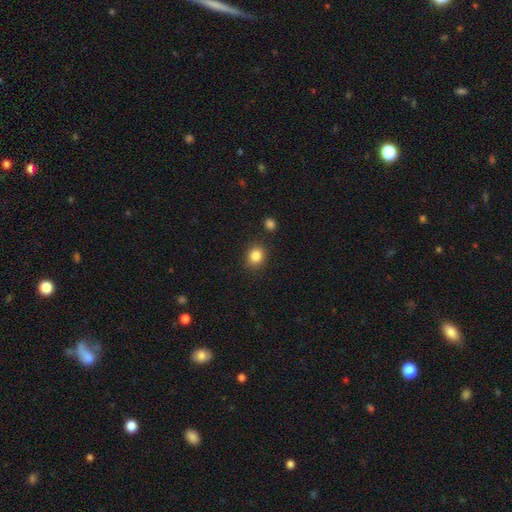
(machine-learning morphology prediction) Smooth or featured? Predicted: smooth (p=0.84). How rounded? Predicted: round (p=0.72). Merging? Predicted: none (p=0.86).